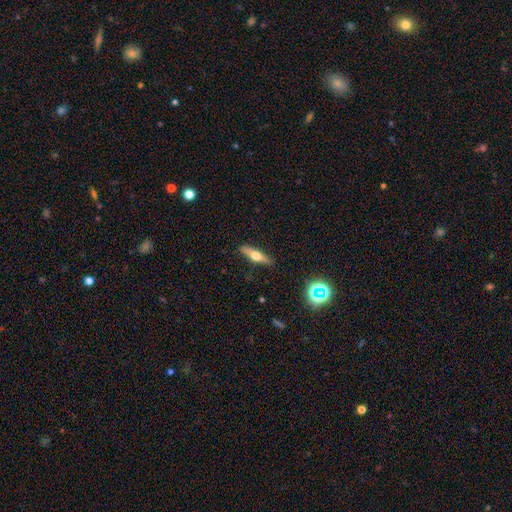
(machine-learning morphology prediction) Smooth or featured?
  - featured or disk: 51% *
  - smooth: 41%
  - star or artifact: 8%
Edge-on disk?
  - yes: 92% *
  - no: 8%
Merging?
  - none: 88% *
  - minor disturbance: 9%
  - major disturbance: 2%
  - merger: 1%